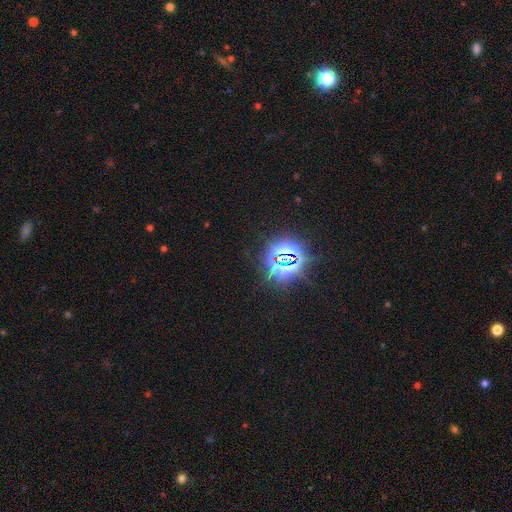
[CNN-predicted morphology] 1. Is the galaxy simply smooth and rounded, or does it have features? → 83% star or artifact, 11% smooth, 6% featured or disk.